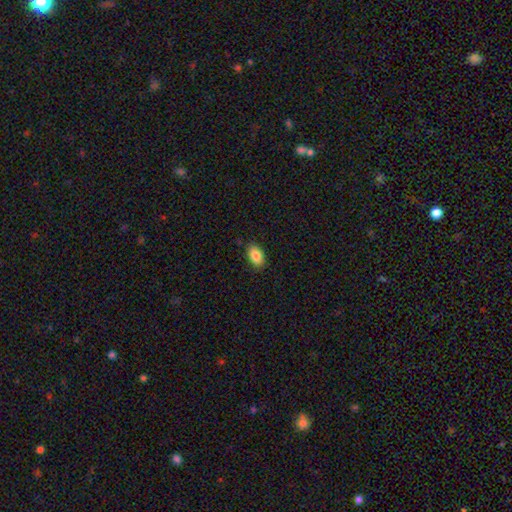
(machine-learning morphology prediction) A smooth galaxy with no disk features (86%) that is in between round and cigar-shaped (92%). Merging: none (87%).